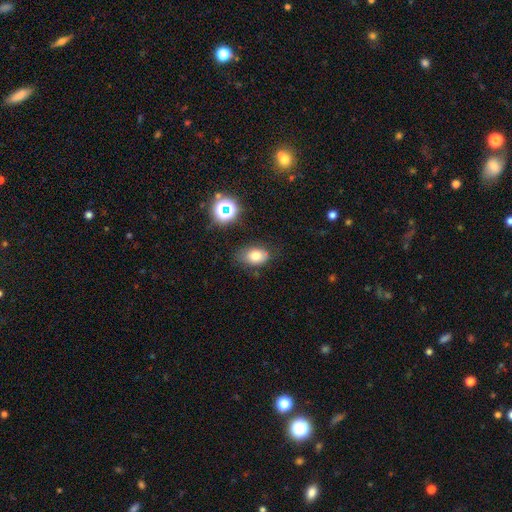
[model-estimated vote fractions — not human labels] A smooth galaxy with no disk features (74%) that is in between round and cigar-shaped (81%).

Vote fractions:
- Smooth or featured? smooth: 74% / star or artifact: 14% / featured or disk: 12%
- How rounded? in between: 81% / round: 18% / cigar-shaped: 1%
- Merging? none: 72% / minor disturbance: 21% / major disturbance: 5% / merger: 2%